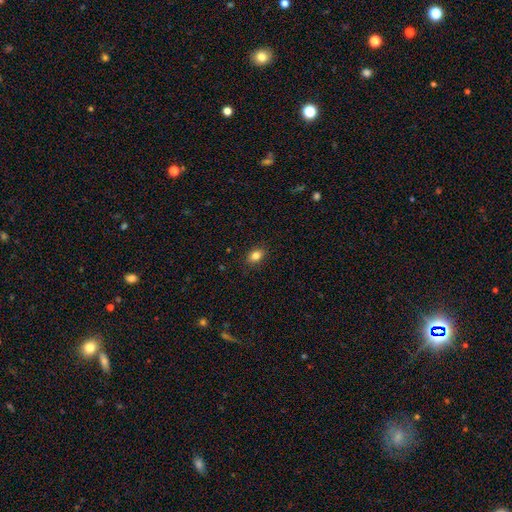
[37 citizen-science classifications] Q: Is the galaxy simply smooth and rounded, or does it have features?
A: smooth — 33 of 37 (89%).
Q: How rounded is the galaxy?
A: in between — 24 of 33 (73%).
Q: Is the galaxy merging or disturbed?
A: none — 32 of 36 (89%).